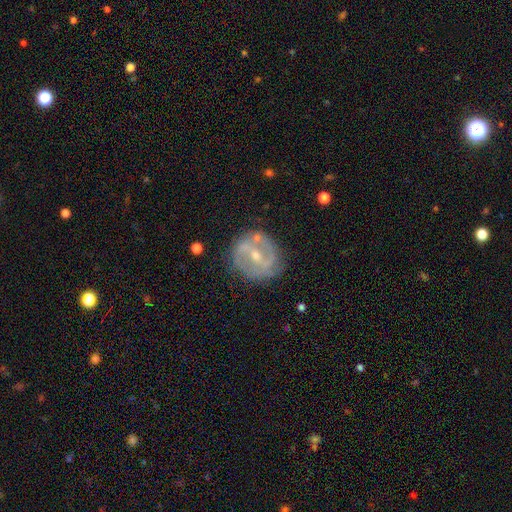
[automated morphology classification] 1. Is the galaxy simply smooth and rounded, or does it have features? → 81% featured or disk, 13% smooth, 6% star or artifact.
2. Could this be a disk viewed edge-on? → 96% no, 4% yes.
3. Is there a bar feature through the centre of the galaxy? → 42% weak, 35% strong, 23% no.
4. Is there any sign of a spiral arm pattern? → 83% yes, 17% no.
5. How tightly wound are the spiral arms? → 44% medium, 36% tight, 19% loose.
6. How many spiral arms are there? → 76% 2, 13% can't tell, 5% 3, 3% 1, 2% 4, 2% more than 4.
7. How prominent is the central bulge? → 54% small, 43% moderate, 1% none, 1% large, 1% dominant.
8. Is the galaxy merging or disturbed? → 76% none, 16% minor disturbance, 5% major disturbance, 3% merger.